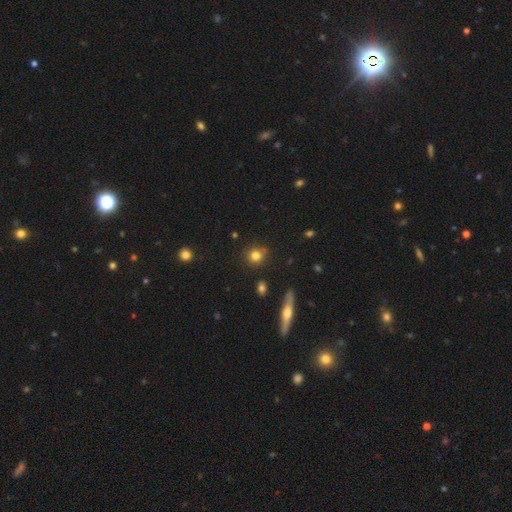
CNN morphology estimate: A smooth galaxy with no disk features (79%) that is round (85%). Merging: none (81%).